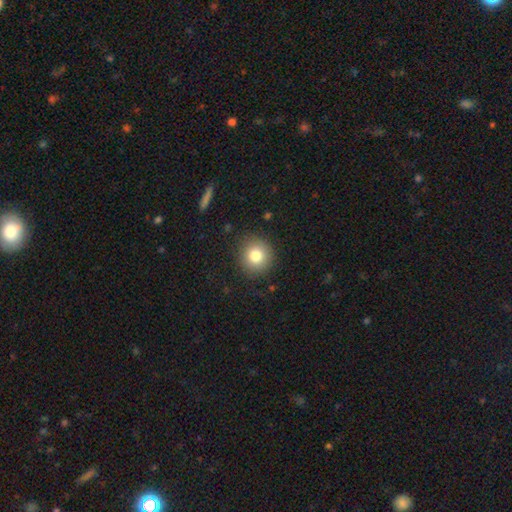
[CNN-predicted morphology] Overall: smooth (81%). How rounded: round (92%). Merging: none (88%).